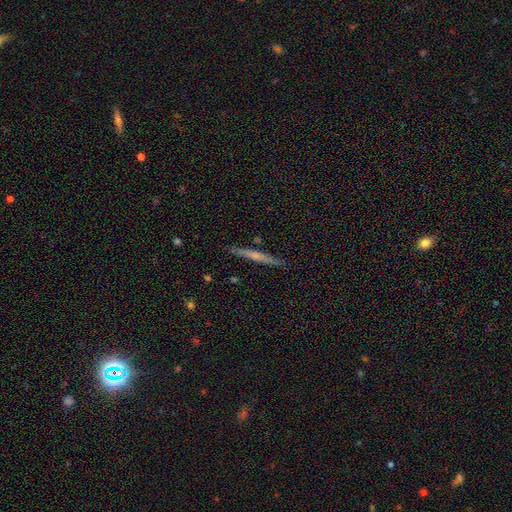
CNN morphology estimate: The model was most divided on "smooth or featured": featured or disk: 50%, smooth: 44%, star or artifact: 7%. More confident: merging — none (89%).